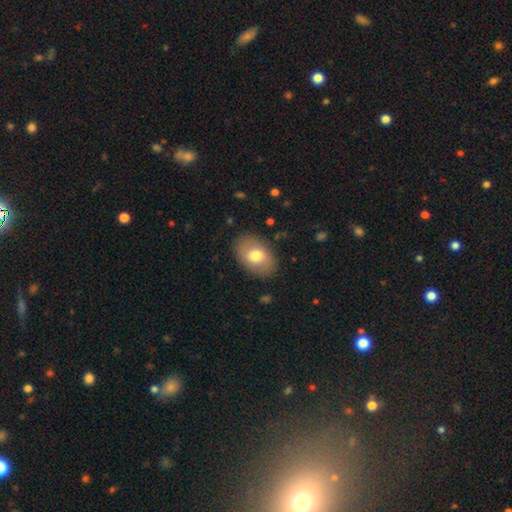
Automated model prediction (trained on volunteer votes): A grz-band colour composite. It shows a smooth galaxy with no disk features (73%) that is in between round and cigar-shaped (83%). Merging: none (84%).